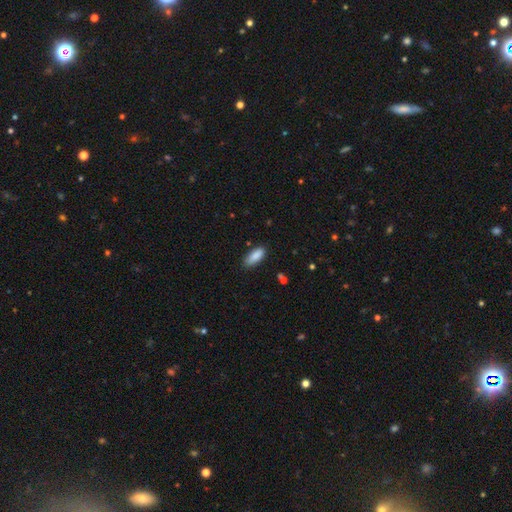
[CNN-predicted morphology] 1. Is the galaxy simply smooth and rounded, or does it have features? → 88% smooth, 7% star or artifact, 6% featured or disk.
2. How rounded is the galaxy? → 78% in between, 20% cigar-shaped, 2% round.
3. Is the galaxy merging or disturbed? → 81% none, 14% minor disturbance, 2% major disturbance, 2% merger.